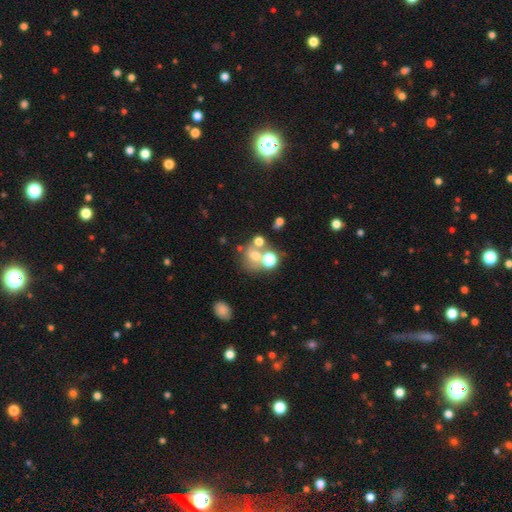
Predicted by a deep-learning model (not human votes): smooth_or_featured: smooth (p=0.55) [alt: featured or disk p=0.25]
how_rounded: round (p=0.69) [alt: in between p=0.30]
merging: merger (p=0.43) [alt: none p=0.37]